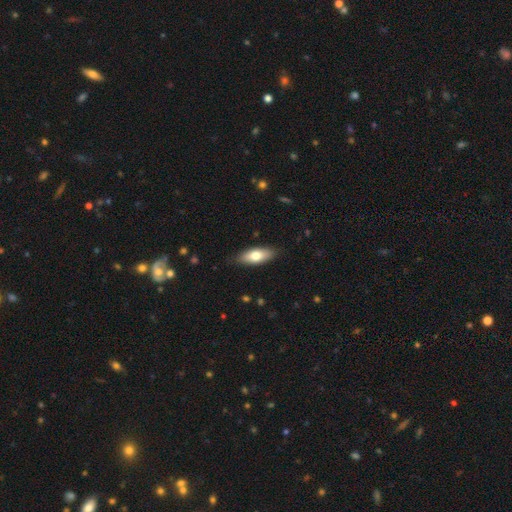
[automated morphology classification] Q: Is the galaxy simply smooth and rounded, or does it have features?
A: smooth — 72%.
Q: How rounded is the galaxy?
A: in between — 77%.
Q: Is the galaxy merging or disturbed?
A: none — 85%.